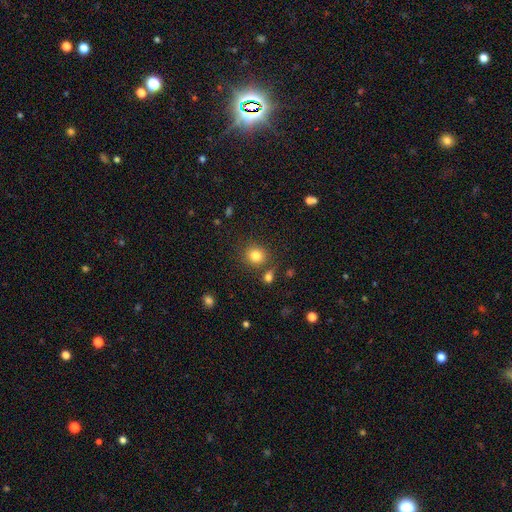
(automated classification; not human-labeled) smooth-or-featured: smooth: 82% | star or artifact: 12% | featured or disk: 6%
  how-rounded: round: 84% | in between: 15% | cigar-shaped: 1%
  merging: none: 79% | minor disturbance: 9% | merger: 8% | major disturbance: 4%